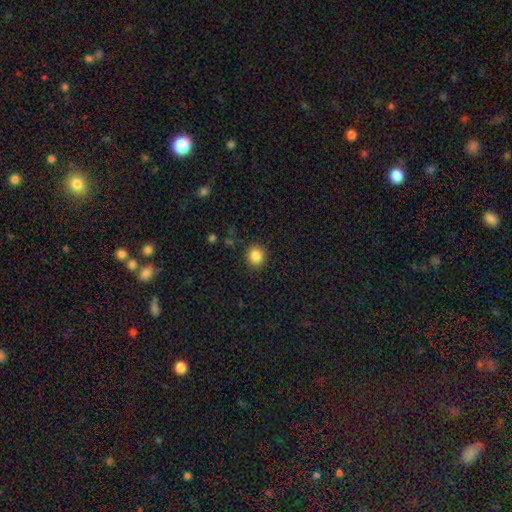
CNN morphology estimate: Smooth or featured?
  - smooth: 85% *
  - star or artifact: 10%
  - featured or disk: 5%
How rounded?
  - round: 87% *
  - in between: 12%
  - cigar-shaped: 1%
Merging?
  - none: 89% *
  - minor disturbance: 7%
  - major disturbance: 2%
  - merger: 1%